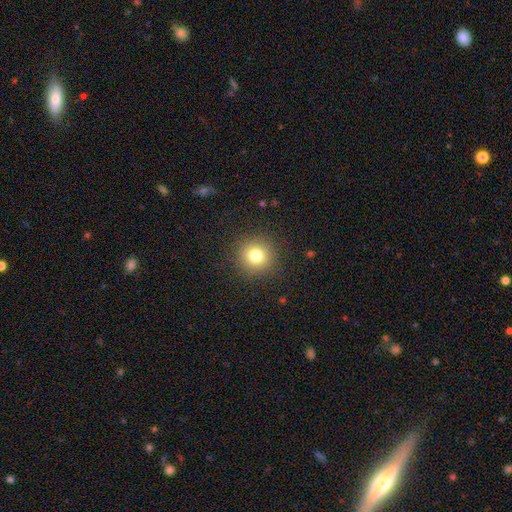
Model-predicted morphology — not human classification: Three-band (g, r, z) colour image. It shows a smooth galaxy with no disk features (78%) that is round (93%). Merging: none (90%).